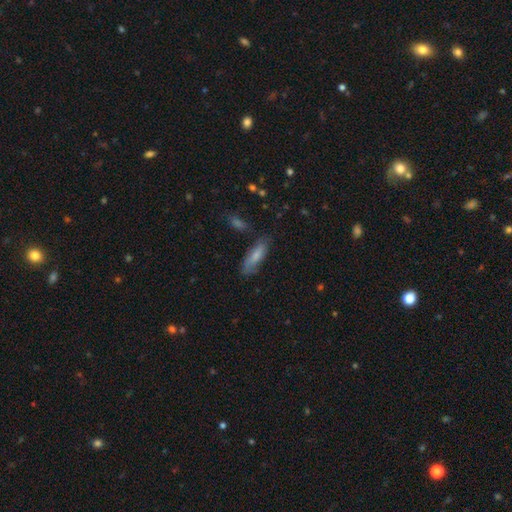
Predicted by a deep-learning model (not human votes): smooth_or_featured: smooth (p=0.73) [alt: featured or disk p=0.20]
how_rounded: in between (p=0.49) [tied with: cigar-shaped p=0.49]
merging: none (p=0.71) [alt: minor disturbance p=0.20]